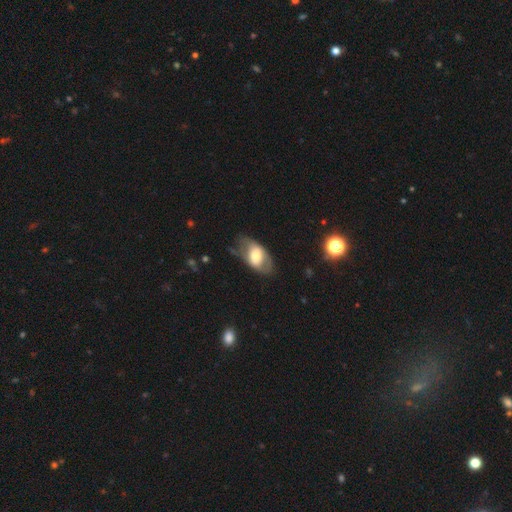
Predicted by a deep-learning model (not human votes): smooth-or-featured: smooth: 51% | featured or disk: 42% | star or artifact: 7%
  how-rounded: in between: 90% | round: 8% | cigar-shaped: 2%
  merging: none: 61% | minor disturbance: 24% | major disturbance: 13% | merger: 2%